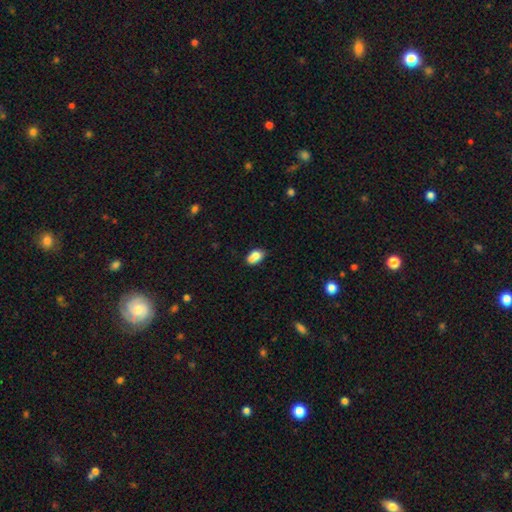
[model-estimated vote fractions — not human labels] Q: Smooth or featured?
A: smooth (76%); runner-up: featured or disk (14%)
Q: How rounded?
A: in between (84%); runner-up: round (14%)
Q: Merging?
A: none (47%); runner-up: merger (27%)